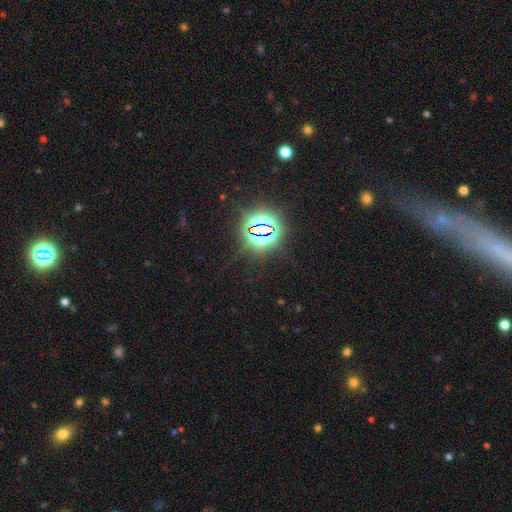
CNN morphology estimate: Smooth or featured? star or artifact (80%)